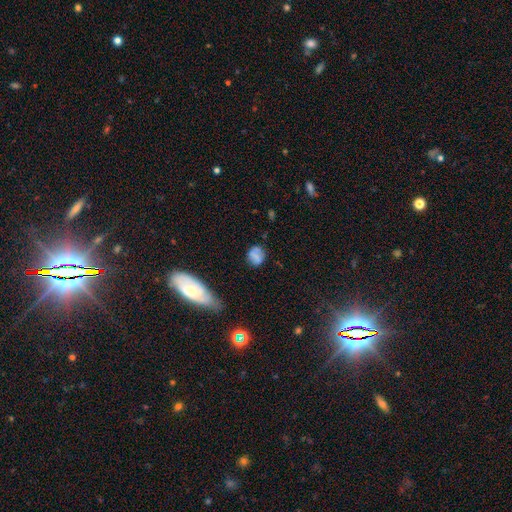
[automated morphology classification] smooth_or_featured: smooth (p=0.66) [alt: featured or disk p=0.23]
how_rounded: round (p=0.59) [alt: in between p=0.39]
merging: none (p=0.62) [alt: minor disturbance p=0.25]